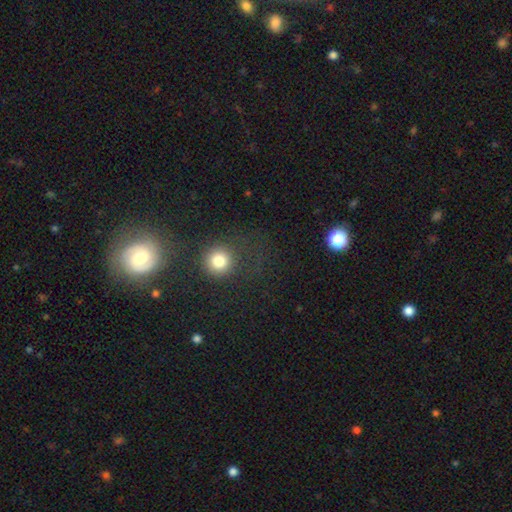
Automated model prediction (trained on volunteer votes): This appears to be a smooth galaxy with no disk features (46%). Merging: none (70%).